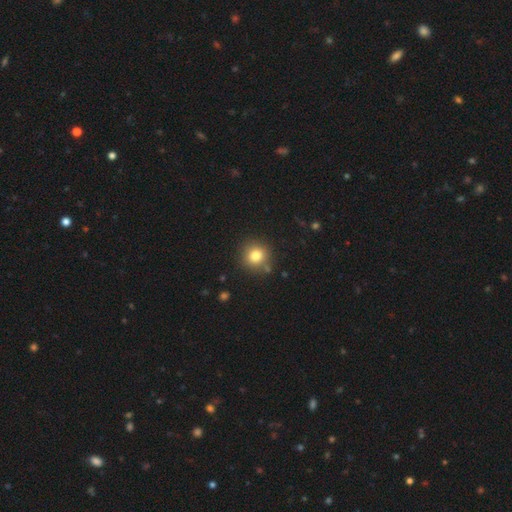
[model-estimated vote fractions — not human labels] Smooth or featured? smooth (80%)
How rounded? round (92%)
Merging? none (84%)